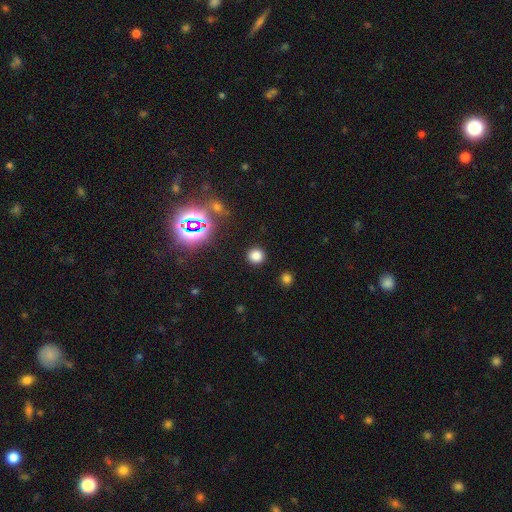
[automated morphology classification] smooth-or-featured: smooth: 76% | star or artifact: 19% | featured or disk: 5%
  how-rounded: round: 93% | in between: 6% | cigar-shaped: 1%
  merging: none: 90% | minor disturbance: 5% | major disturbance: 3% | merger: 2%